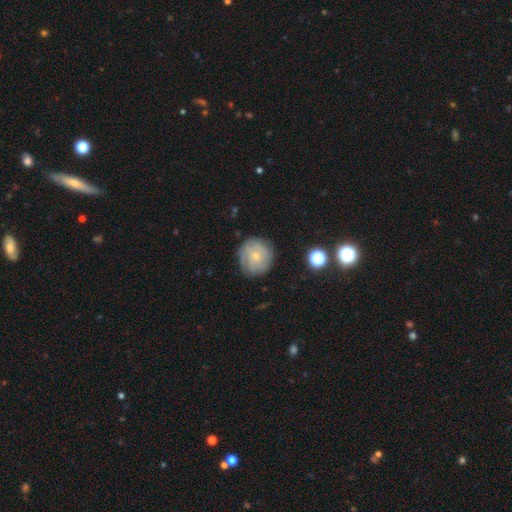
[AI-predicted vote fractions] featured or disk 56%, smooth 35%, star or artifact 9%. Down the decision tree: edge-on disk — no (97%); bar — no (80%); spiral arms — yes (81%); bulge size — small (76%); merging — none (74%).